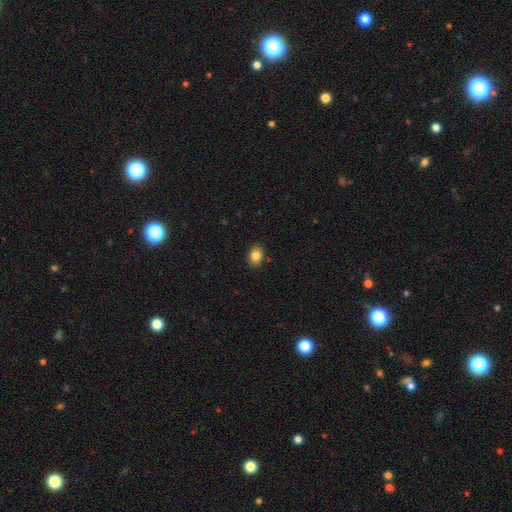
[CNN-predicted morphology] smooth 84%, star or artifact 9%, featured or disk 7%. Down the decision tree: how rounded — in between (73%); merging — none (88%).